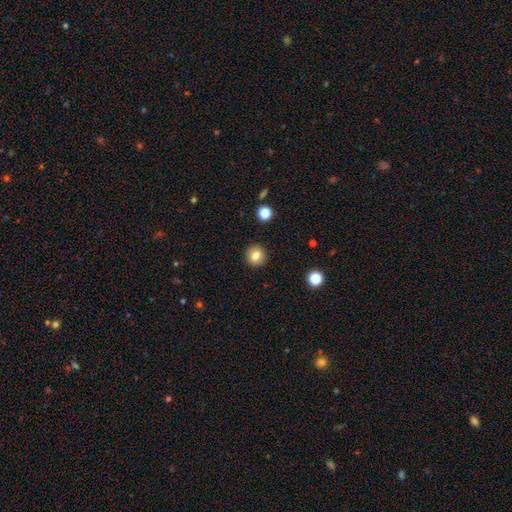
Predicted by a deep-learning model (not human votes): Smooth or featured? smooth (81%)
How rounded? round (92%)
Merging? none (92%)